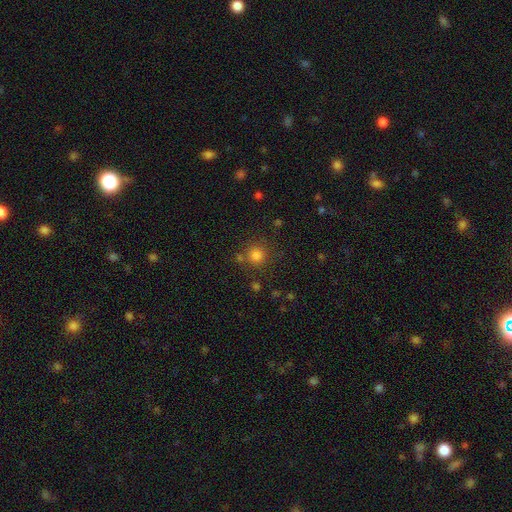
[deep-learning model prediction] The model was most divided on "smooth or featured": smooth: 81%, star or artifact: 13%, featured or disk: 5%. More confident: how rounded — round (93%); merging — none (78%).